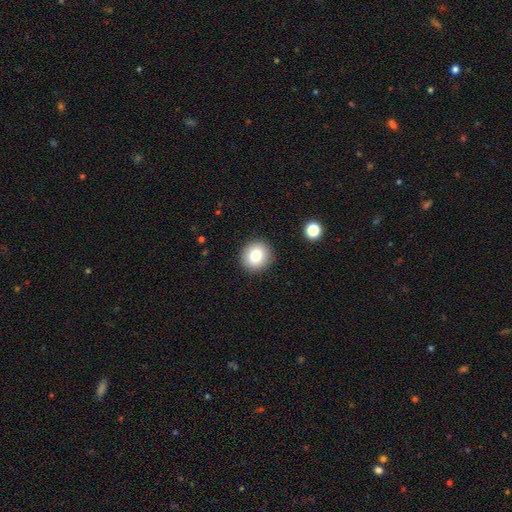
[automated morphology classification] This appears to be a smooth galaxy with no disk features (81%) that is round (85%). Merging: none (90%).